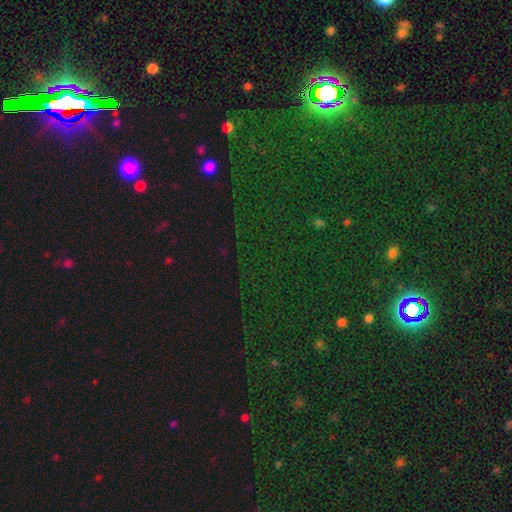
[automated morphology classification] star or artifact 80%, smooth 13%, featured or disk 8%.